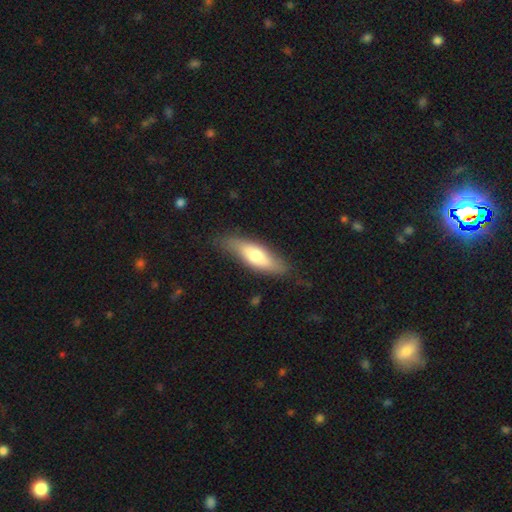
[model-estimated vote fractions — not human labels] Morphology: type=smooth (66%); roundness=in between (50%); merging=none (76%).